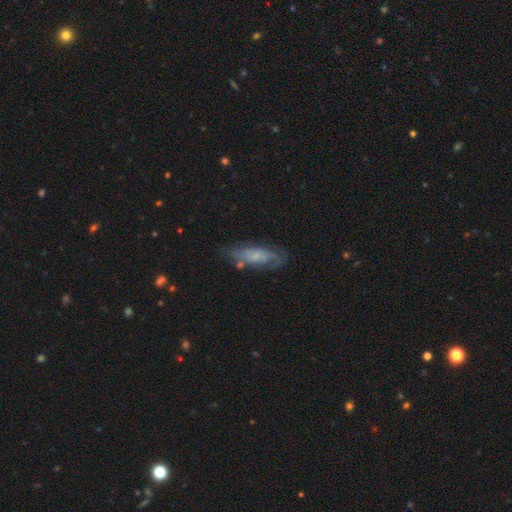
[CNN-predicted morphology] This appears to be a featured or disk galaxy (59%). Merging: none (62%).